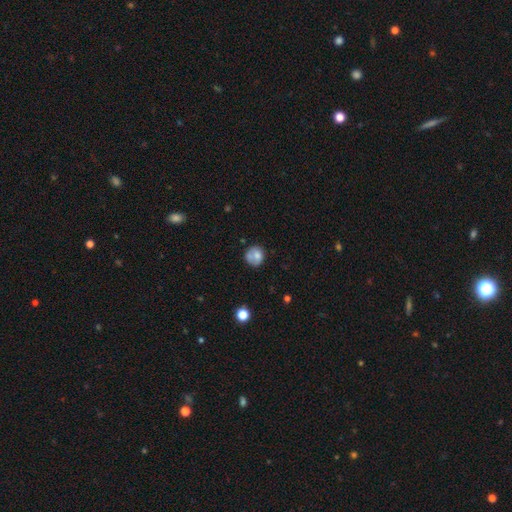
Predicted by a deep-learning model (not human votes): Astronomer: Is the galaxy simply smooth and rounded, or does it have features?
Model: smooth — 70%.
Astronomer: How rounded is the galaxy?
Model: round — 79%.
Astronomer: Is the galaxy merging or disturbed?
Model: none — 52%.